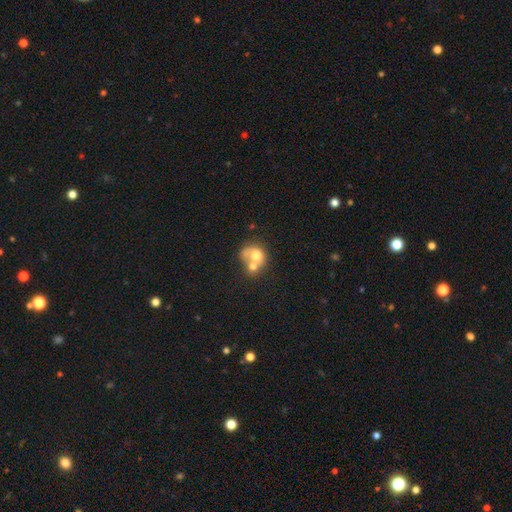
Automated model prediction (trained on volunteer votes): Q: Smooth or featured?
A: smooth (61%); runner-up: featured or disk (30%)
Q: How rounded?
A: round (62%); runner-up: in between (37%)
Q: Merging?
A: merger (67%); runner-up: none (18%)